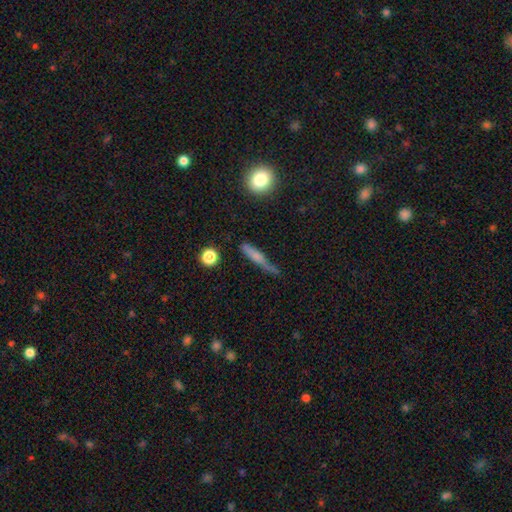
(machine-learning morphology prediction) A smooth galaxy with no disk features (58%) that is cigar-shaped (85%).

Vote fractions:
- Smooth or featured? smooth: 58% / featured or disk: 32% / star or artifact: 10%
- How rounded? cigar-shaped: 85% / in between: 10% / round: 5%
- Merging? none: 60% / minor disturbance: 25% / major disturbance: 10% / merger: 5%